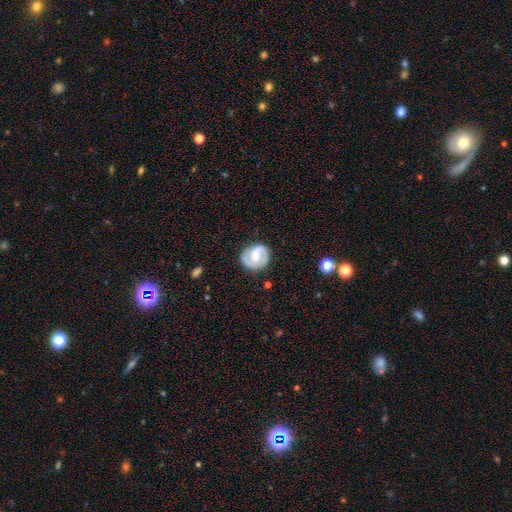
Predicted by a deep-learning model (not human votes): featured or disk 66%, smooth 28%, star or artifact 7%. Down the decision tree: edge-on disk — no (98%); bar — weak (48%); spiral arms — yes (86%); spiral arm count — 2 (78%); spiral winding — medium (43%); bulge size — moderate (43%); merging — none (78%).